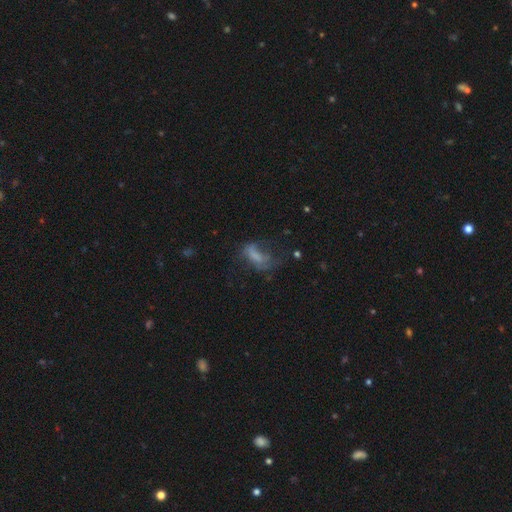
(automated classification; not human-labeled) smooth-or-featured: smooth: 44% | featured or disk: 40% | star or artifact: 15%
  merging: major disturbance: 47% | none: 28% | minor disturbance: 21% | merger: 4%